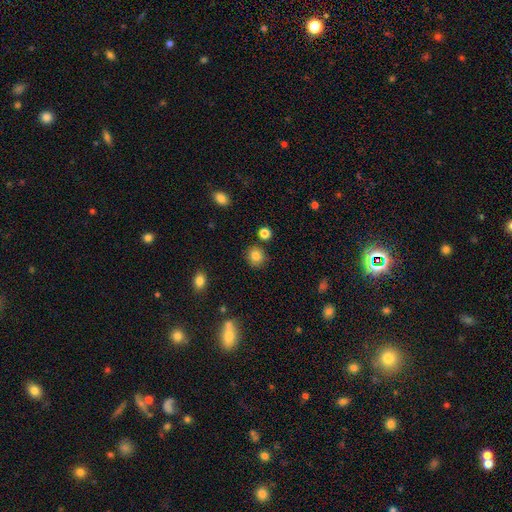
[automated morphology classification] A smooth galaxy with no disk features (82%) that is round (83%). Merging: none (85%).